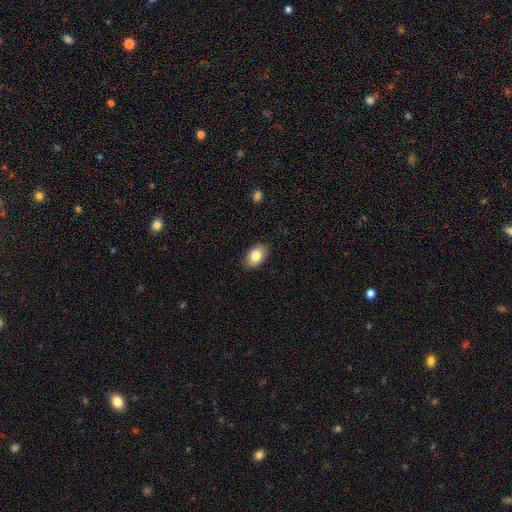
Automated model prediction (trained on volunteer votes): smooth 83%, featured or disk 10%, star or artifact 7%. Down the decision tree: how rounded — in between (88%); merging — none (87%).